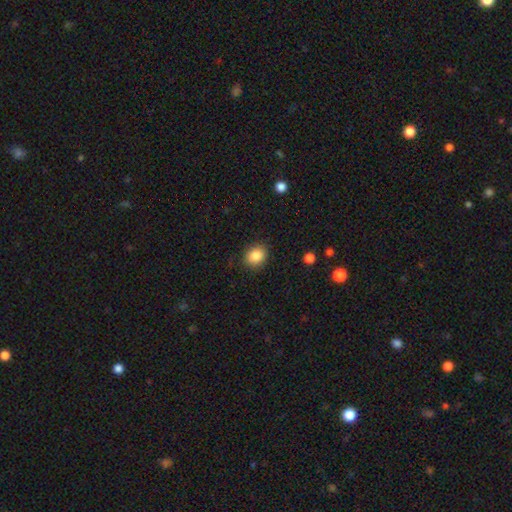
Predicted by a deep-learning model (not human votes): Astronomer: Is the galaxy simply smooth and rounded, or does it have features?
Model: smooth — 86%.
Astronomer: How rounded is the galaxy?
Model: round — 61% (runner-up: in between, 38%).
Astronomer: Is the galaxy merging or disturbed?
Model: none — 87%.